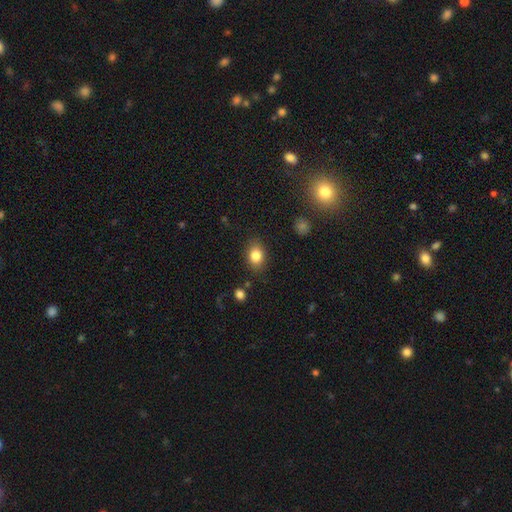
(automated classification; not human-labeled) The model was most divided on "how rounded": in between: 70%, round: 29%, cigar-shaped: 1%. More confident: merging — none (85%); smooth or featured — smooth (82%).